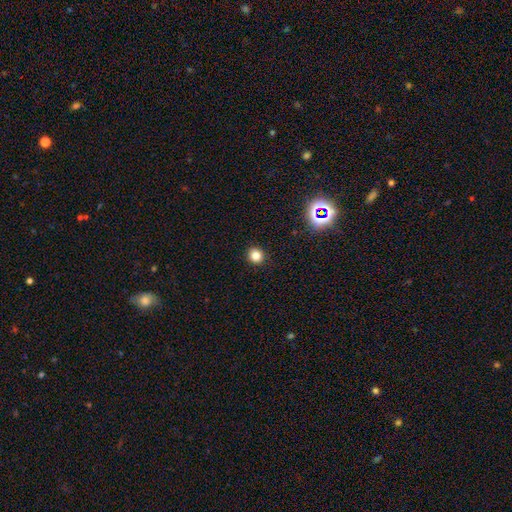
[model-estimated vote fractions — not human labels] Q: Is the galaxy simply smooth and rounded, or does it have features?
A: smooth — 82%.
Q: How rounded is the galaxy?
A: round — 87%.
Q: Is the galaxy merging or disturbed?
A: none — 92%.